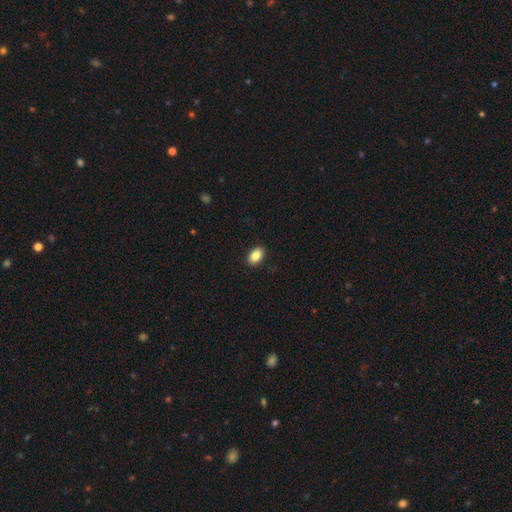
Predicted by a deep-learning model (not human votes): This is clearly a smooth galaxy (86%). How rounded: clearly in between (88%). Merging: clearly none (90%).